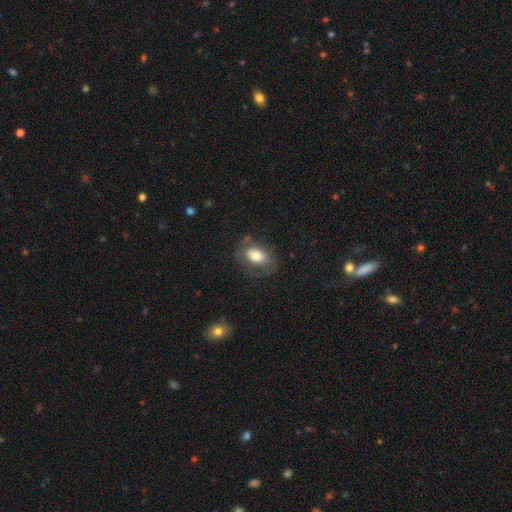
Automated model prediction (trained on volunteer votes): Smooth or featured?
  - smooth: 69% *
  - featured or disk: 23%
  - star or artifact: 8%
How rounded?
  - in between: 86% *
  - round: 12%
  - cigar-shaped: 2%
Merging?
  - none: 63% *
  - minor disturbance: 21%
  - major disturbance: 13%
  - merger: 2%